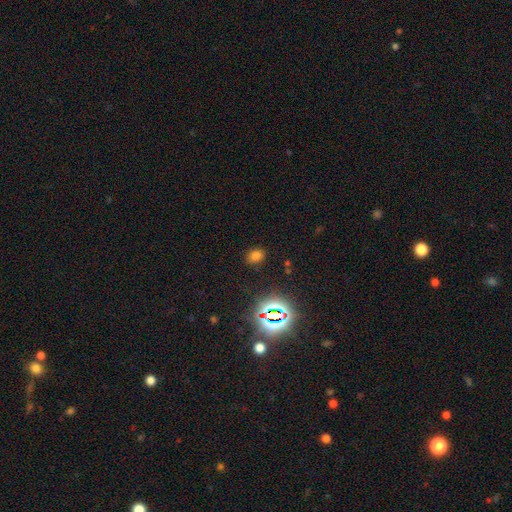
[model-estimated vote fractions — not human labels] smooth 67%, star or artifact 27%, featured or disk 7%. Down the decision tree: how rounded — in between (66%); merging — none (84%).